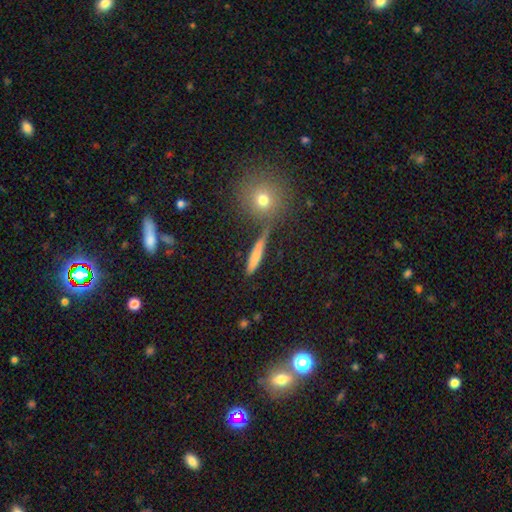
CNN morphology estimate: Smooth or featured: smooth — 73% (featured or disk — 17%)
How rounded: cigar-shaped — 83% (in between — 11%)
Merging: none — 74% (minor disturbance — 12%)